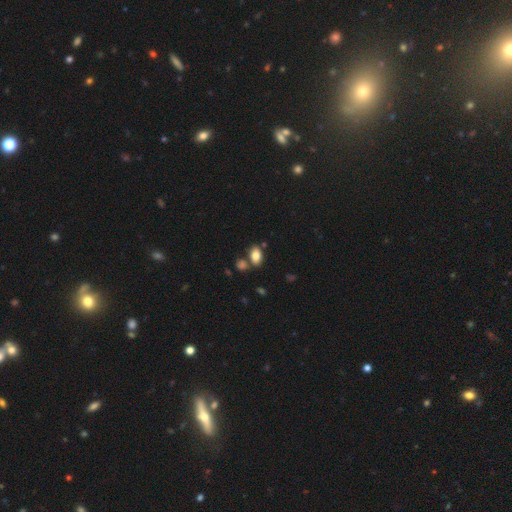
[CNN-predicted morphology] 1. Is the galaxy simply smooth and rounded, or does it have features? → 82% smooth, 9% star or artifact, 9% featured or disk.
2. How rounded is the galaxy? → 88% in between, 11% round, 2% cigar-shaped.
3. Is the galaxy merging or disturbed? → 68% none, 16% merger, 13% minor disturbance, 4% major disturbance.